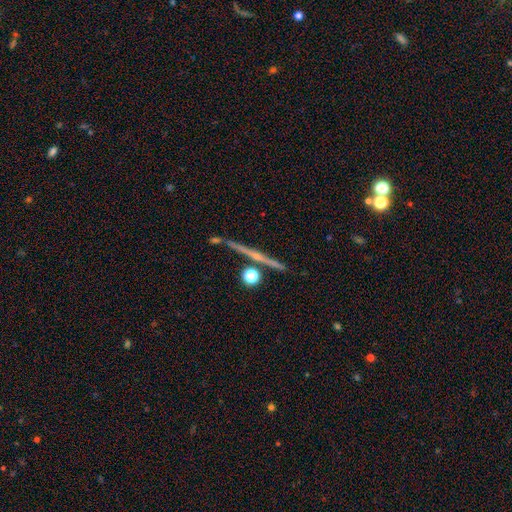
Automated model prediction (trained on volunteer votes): Morphology: type=featured or disk (75%); edge-on=yes (97%); edge-on bulge=rounded (67%); merging=none (84%).